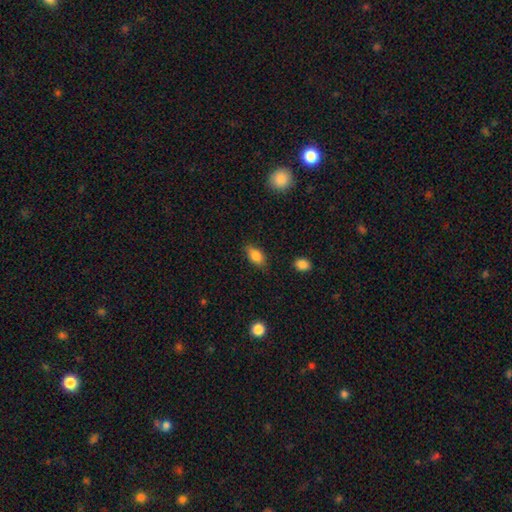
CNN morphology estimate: A smooth galaxy with no disk features (81%) that is in between round and cigar-shaped (85%). Merging: none (79%).